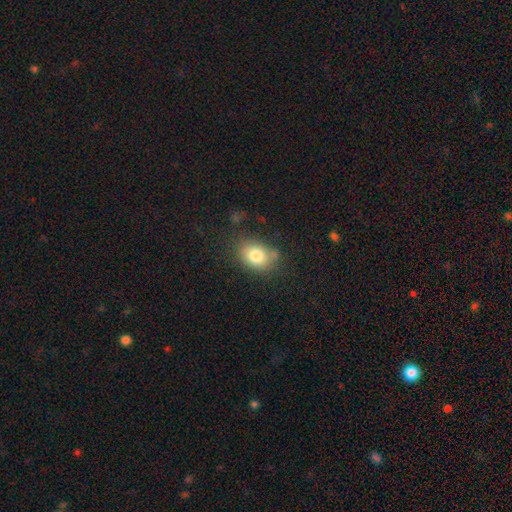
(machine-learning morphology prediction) Overall: smooth (80%). How rounded: in between (70%). Merging: none (70%).